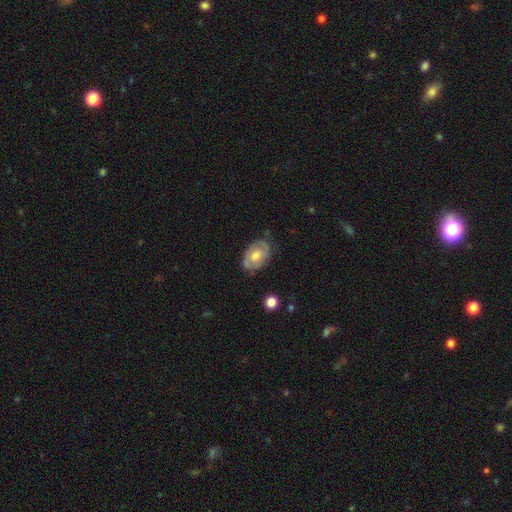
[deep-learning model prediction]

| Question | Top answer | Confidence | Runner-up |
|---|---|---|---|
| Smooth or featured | featured or disk | 56% | smooth (38%) |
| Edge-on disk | no | 93% | yes (7%) |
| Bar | no | 72% | weak (24%) |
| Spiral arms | yes | 56% | no (44%) |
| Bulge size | moderate | 69% | small (20%) |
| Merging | none | 71% | minor disturbance (21%) |